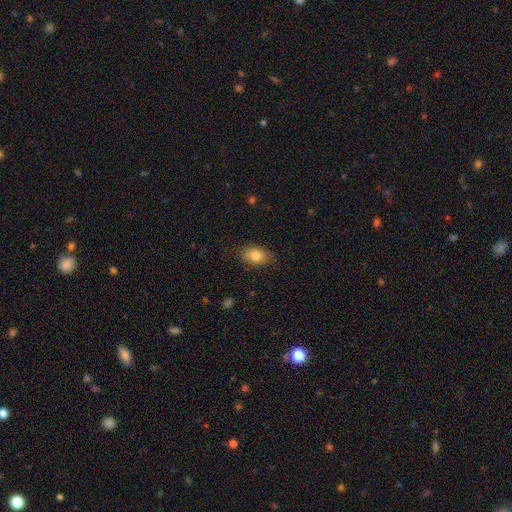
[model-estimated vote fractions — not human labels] The model was most divided on "how rounded": in between: 78%, round: 20%, cigar-shaped: 2%. More confident: smooth or featured — smooth (80%); merging — none (80%).